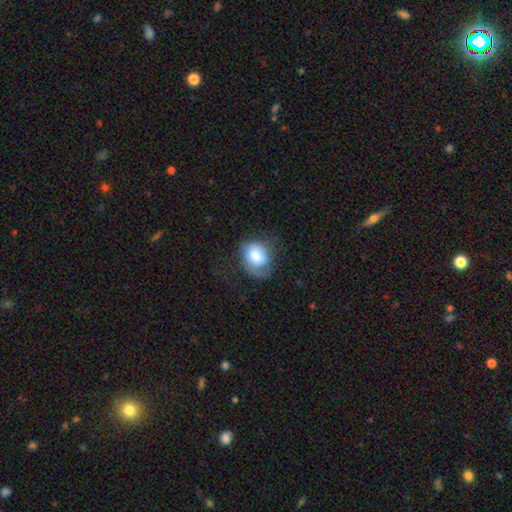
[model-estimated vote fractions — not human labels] The model was most divided on "how rounded": round: 57%, in between: 43%, cigar-shaped: 1%. More confident: smooth or featured — smooth (72%); merging — none (51%).